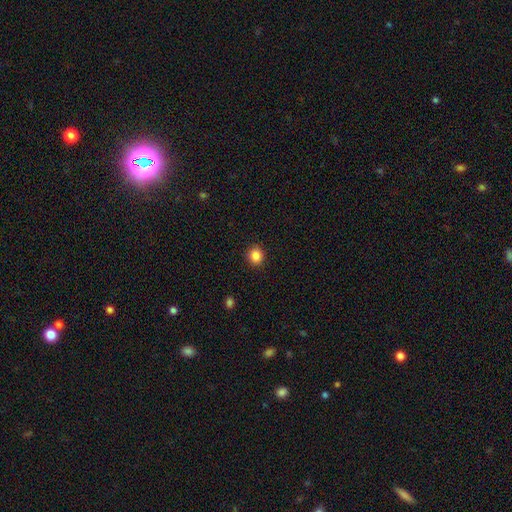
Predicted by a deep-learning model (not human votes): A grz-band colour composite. It shows a smooth galaxy with no disk features (86%) that is round (84%). Merging: none (92%).